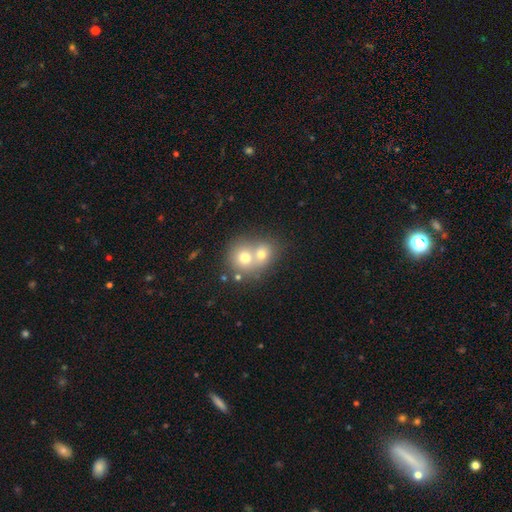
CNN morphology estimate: smooth_or_featured: smooth (p=0.65) [alt: featured or disk p=0.22]
how_rounded: round (p=0.77) [alt: in between p=0.22]
merging: merger (p=0.69) [alt: none p=0.24]